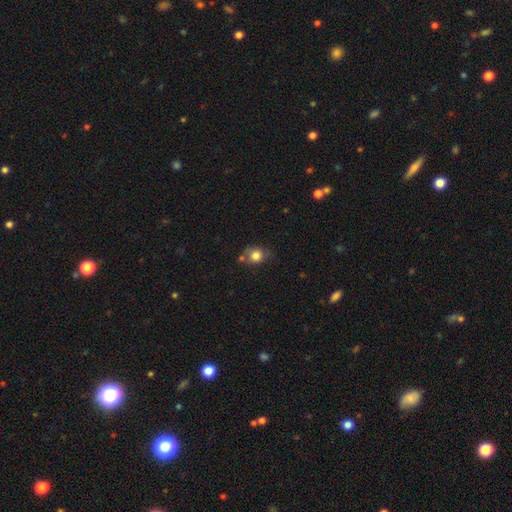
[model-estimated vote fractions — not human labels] The model was most divided on "how rounded": round: 67%, in between: 31%, cigar-shaped: 1%. More confident: smooth or featured — smooth (79%); merging — none (58%).